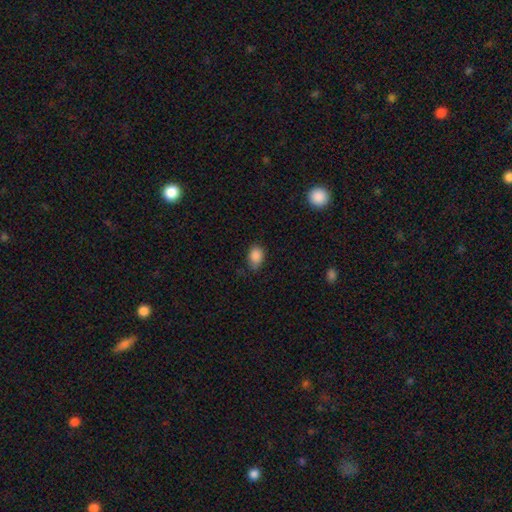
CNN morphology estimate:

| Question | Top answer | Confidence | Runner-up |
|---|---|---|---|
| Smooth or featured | smooth | 88% | star or artifact (9%) |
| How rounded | in between | 76% | round (23%) |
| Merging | none | 72% | minor disturbance (22%) |